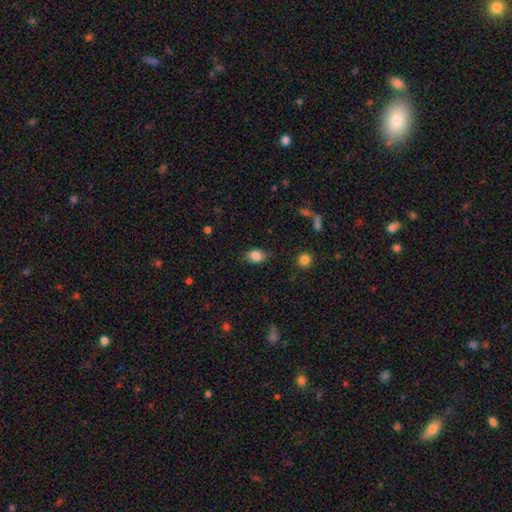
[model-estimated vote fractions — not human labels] Smooth or featured? smooth (85%)
How rounded? in between (70%)
Merging? none (73%)